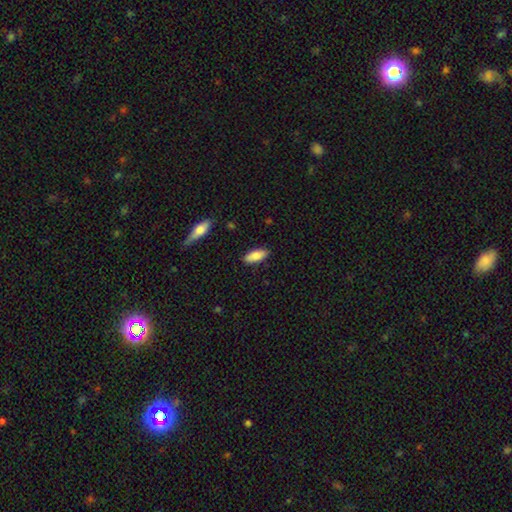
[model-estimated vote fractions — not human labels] A smooth galaxy with no disk features (84%) that is in between round and cigar-shaped (79%). Merging: none (87%).